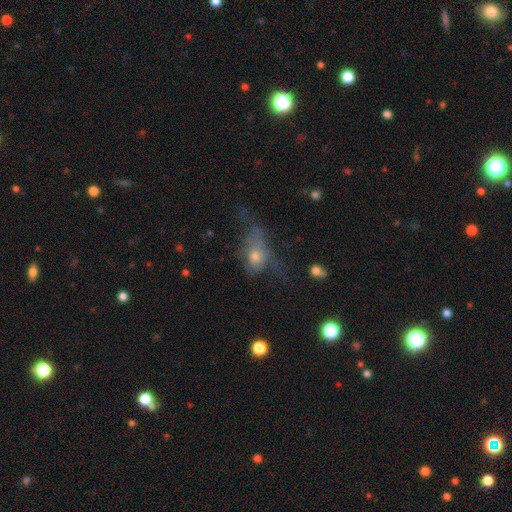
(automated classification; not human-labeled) smooth_or_featured: smooth (p=0.50) [alt: featured or disk p=0.34]
merging: major disturbance (p=0.48) [alt: none p=0.27]